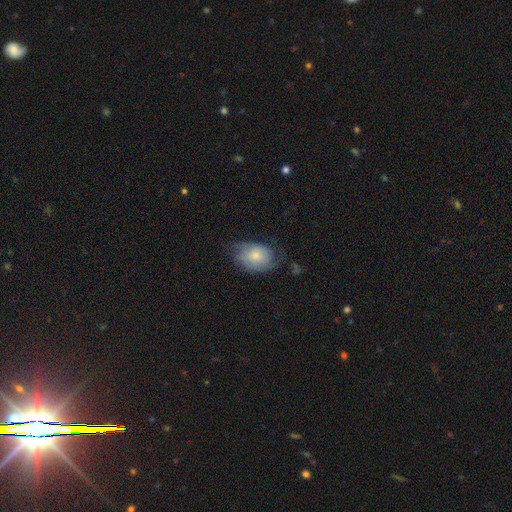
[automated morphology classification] Smooth or featured: smooth — 66% (featured or disk — 28%)
How rounded: in between — 68% (round — 30%)
Merging: none — 48% (minor disturbance — 36%)